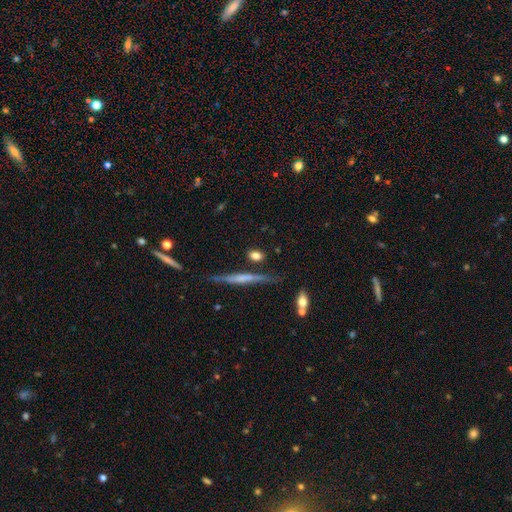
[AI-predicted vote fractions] This appears to be a smooth galaxy with no disk features (75%) that is in between round and cigar-shaped (46%). Merging: none (77%).